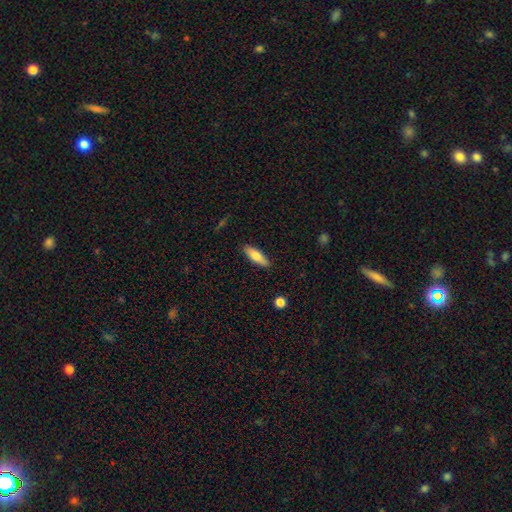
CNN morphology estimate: Smooth or featured: smooth — 72% (featured or disk — 22%)
How rounded: in between — 50% (cigar-shaped — 48%)
Merging: none — 88% (minor disturbance — 9%)